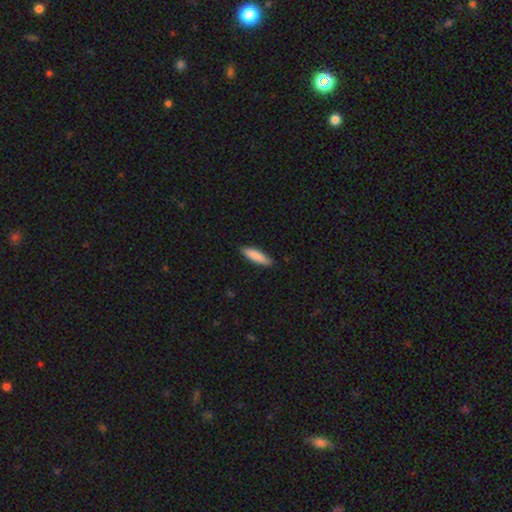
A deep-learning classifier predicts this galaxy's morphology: smooth 86%, featured or disk 8%, star or artifact 6%. Down the decision tree: how rounded — cigar-shaped (71%); merging — none (87%).